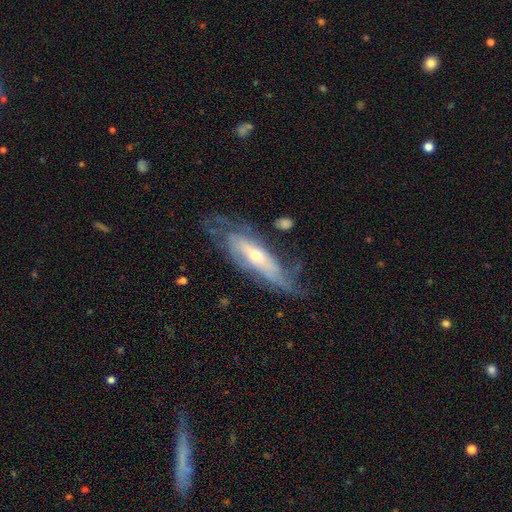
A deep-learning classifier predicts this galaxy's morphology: Q: Smooth or featured?
A: featured or disk (75%); runner-up: smooth (17%)
Q: Edge-on disk?
A: no (72%); runner-up: yes (28%)
Q: Bar?
A: no (53%); runner-up: weak (29%)
Q: Spiral arms?
A: yes (82%); runner-up: no (18%)
Q: Bulge size?
A: small (48%); runner-up: moderate (47%)
Q: Merging?
A: none (67%); runner-up: minor disturbance (21%)